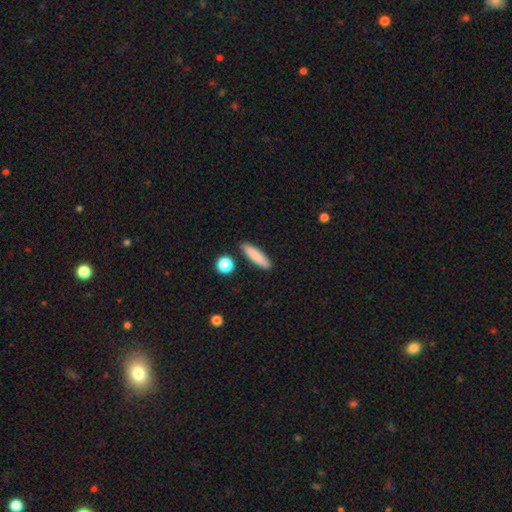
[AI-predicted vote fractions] This is clearly a smooth galaxy (84%). How rounded: likely cigar-shaped (73%). Merging: clearly none (88%).